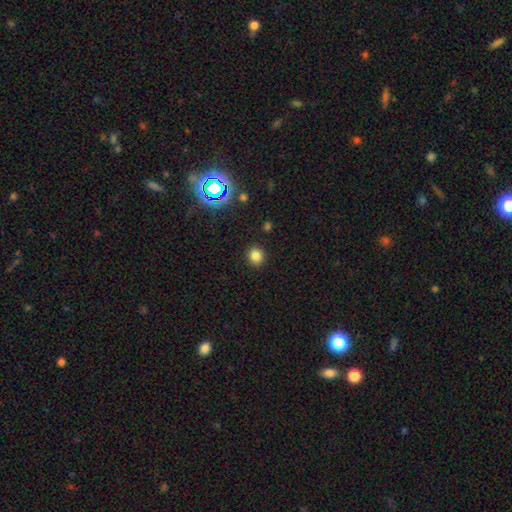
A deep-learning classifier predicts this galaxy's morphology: Smooth or featured: smooth — 80% (star or artifact — 16%)
How rounded: round — 80% (in between — 19%)
Merging: none — 90% (minor disturbance — 6%)